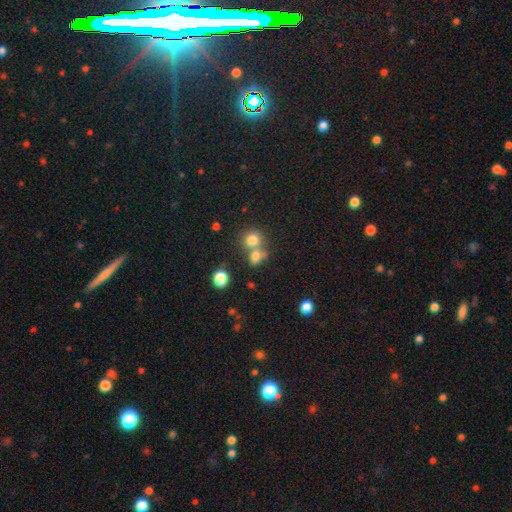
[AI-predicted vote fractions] Overall: smooth (75%). How rounded: round (61%; in between 37%). Merging: merger (49%; none 39%).